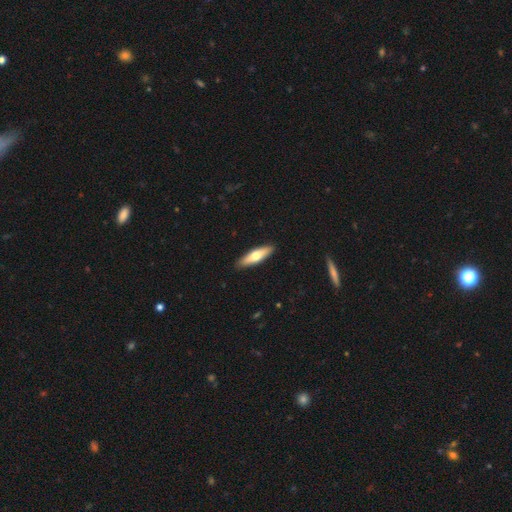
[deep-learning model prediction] smooth_or_featured: smooth (p=0.60) [alt: featured or disk p=0.35]
how_rounded: cigar-shaped (p=0.65) [alt: in between p=0.33]
merging: none (p=0.90) [alt: minor disturbance p=0.07]